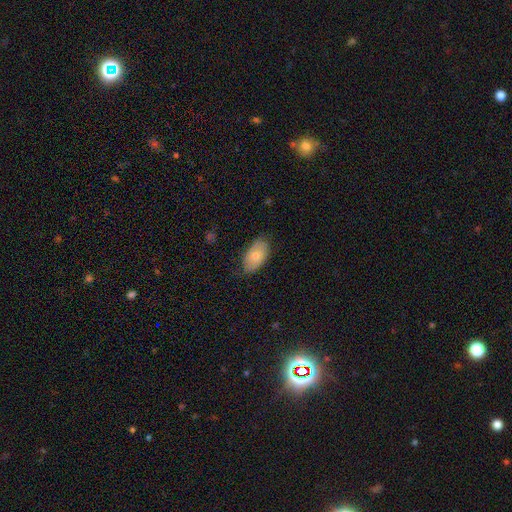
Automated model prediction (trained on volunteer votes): Morphology: type=smooth (73%); roundness=in between (94%); merging=none (73%).